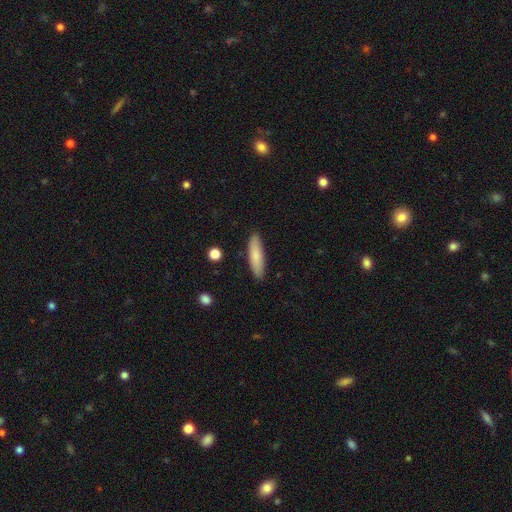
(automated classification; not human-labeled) Q: Smooth or featured?
A: smooth (80%); runner-up: featured or disk (14%)
Q: How rounded?
A: cigar-shaped (67%); runner-up: in between (32%)
Q: Merging?
A: none (88%); runner-up: minor disturbance (9%)